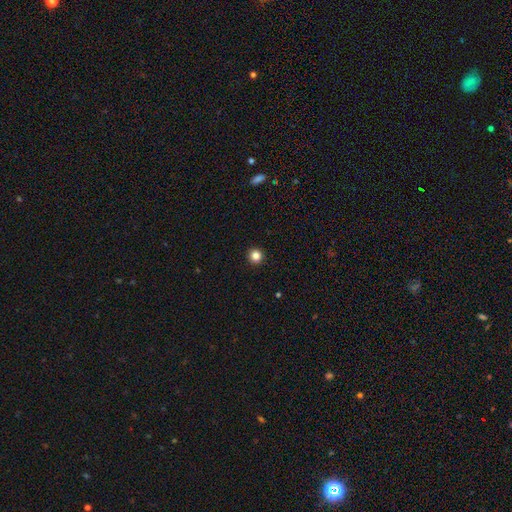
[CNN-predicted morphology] This is clearly a smooth galaxy (84%). How rounded: clearly round (96%). Merging: clearly none (94%).